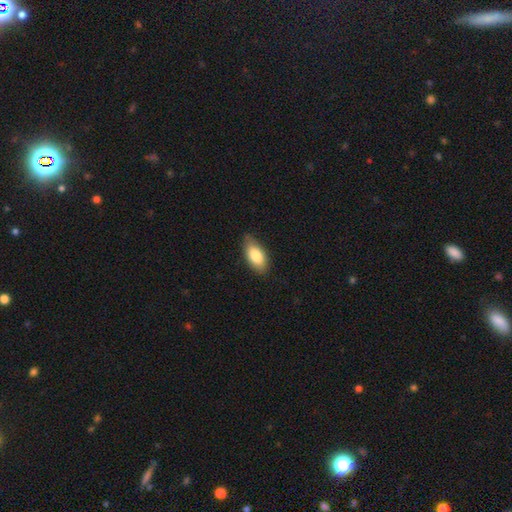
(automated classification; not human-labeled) Smooth or featured? Predicted: smooth (p=0.83). How rounded? Predicted: in between (p=0.91). Merging? Predicted: none (p=0.78).